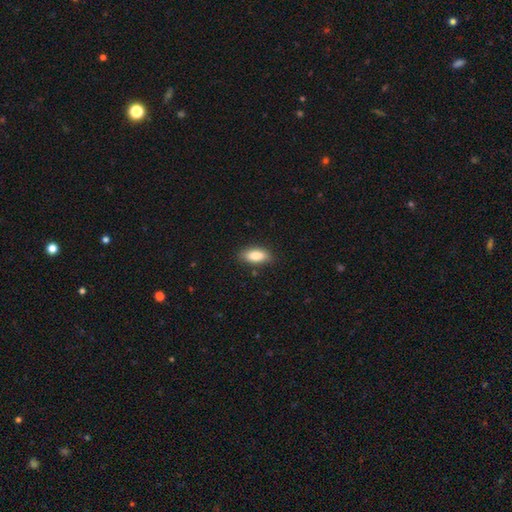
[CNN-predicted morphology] A smooth galaxy with no disk features (85%) that is in between round and cigar-shaped (86%). Merging: none (81%).